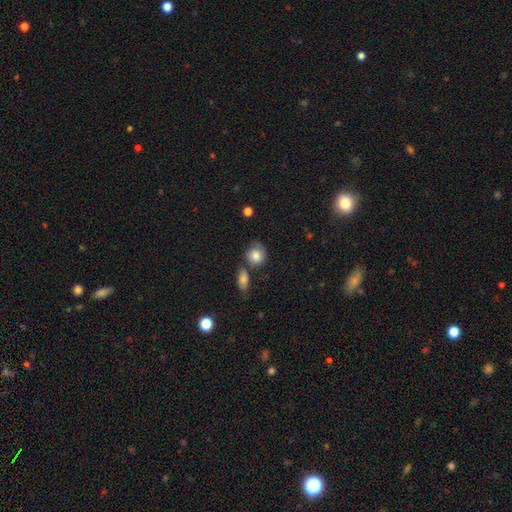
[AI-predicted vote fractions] This appears to be a smooth galaxy with no disk features (80%) that is round (76%). Merging: none (54%).